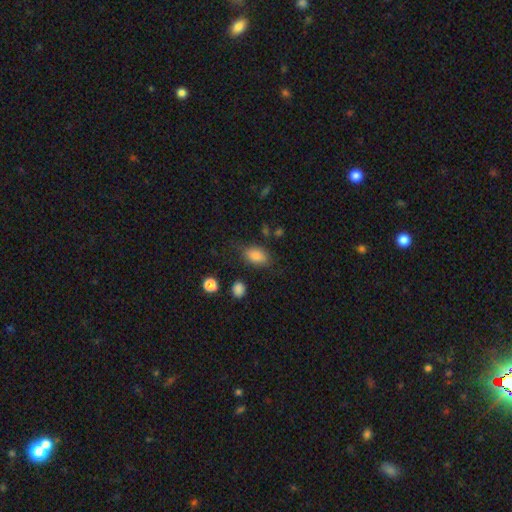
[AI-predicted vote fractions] The model was most divided on "merging": none: 69%, minor disturbance: 21%, major disturbance: 7%, merger: 3%. More confident: how rounded — in between (85%); smooth or featured — smooth (84%).